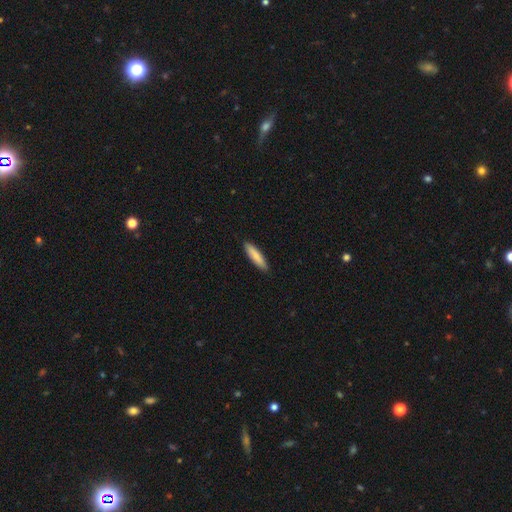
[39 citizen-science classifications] Morphology: type=smooth (90%); roundness=cigar-shaped (80%); merging=none (97%).